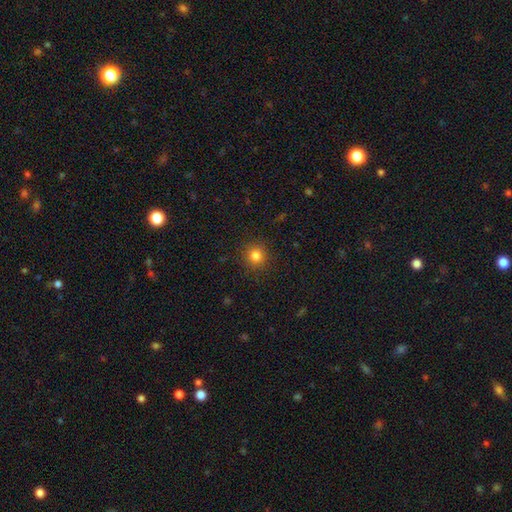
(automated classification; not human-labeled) Overall: smooth (82%). How rounded: round (92%). Merging: none (91%).